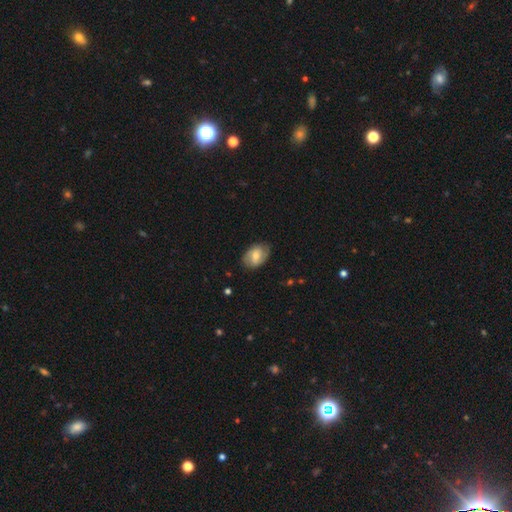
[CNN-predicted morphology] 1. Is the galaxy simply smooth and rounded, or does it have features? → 51% smooth, 42% featured or disk, 7% star or artifact.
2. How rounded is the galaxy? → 84% in between, 15% round, 1% cigar-shaped.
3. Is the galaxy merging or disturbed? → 76% none, 19% minor disturbance, 4% major disturbance, 1% merger.